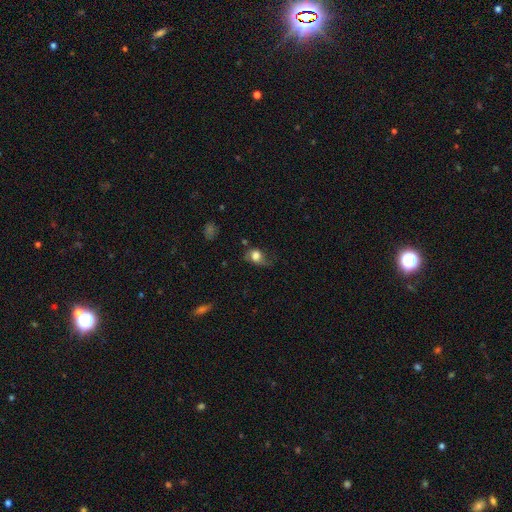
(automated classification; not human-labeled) Smooth or featured? Predicted: smooth (p=0.65). How rounded? Predicted: in between (p=0.53). Merging? Predicted: none (p=0.39).